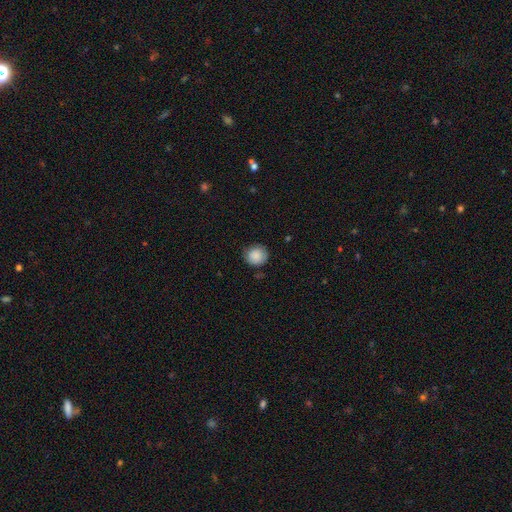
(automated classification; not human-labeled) This appears to be a smooth galaxy with no disk features (88%) that is round (91%). Merging: none (82%).